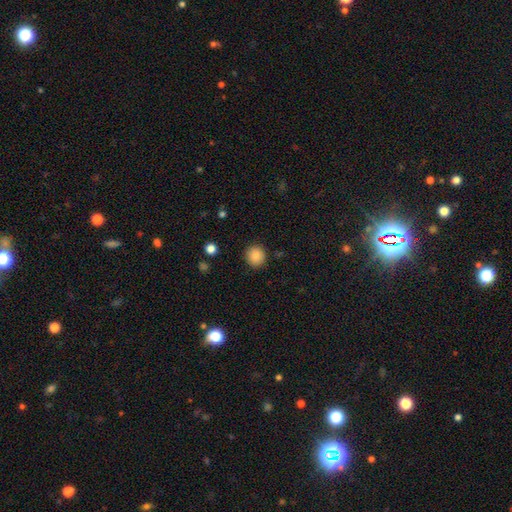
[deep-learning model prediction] This appears to be a smooth galaxy with no disk features (88%) that is round (88%). Merging: none (90%).